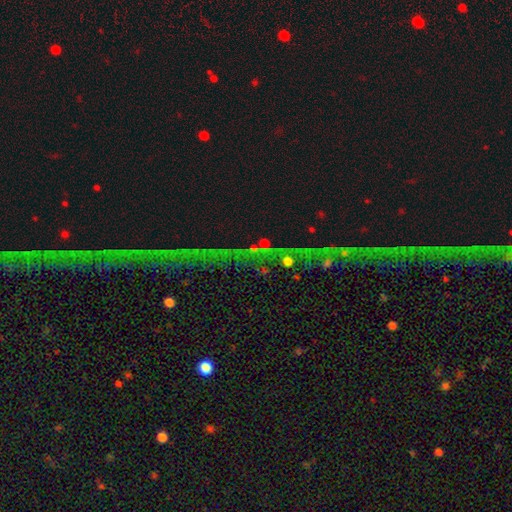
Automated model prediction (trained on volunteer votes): Q: Smooth or featured?
A: star or artifact (84%); runner-up: featured or disk (9%)